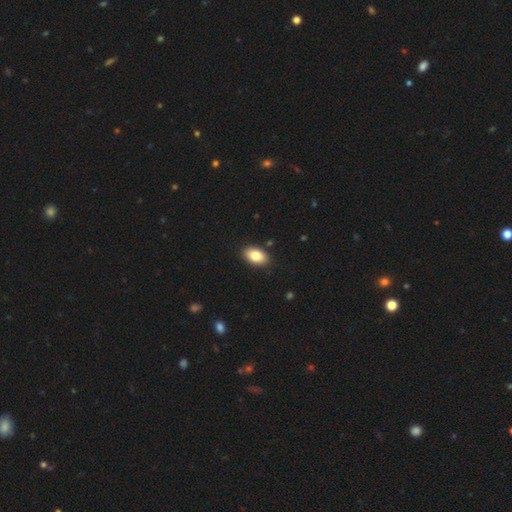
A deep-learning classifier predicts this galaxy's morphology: smooth 82%, featured or disk 11%, star or artifact 7%. Down the decision tree: how rounded — in between (92%); merging — none (89%).